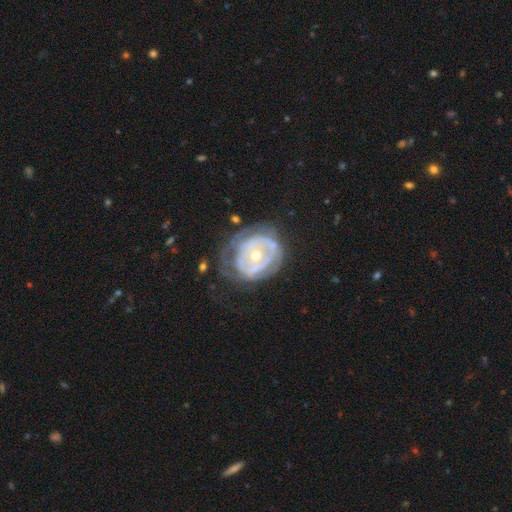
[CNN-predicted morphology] Smooth or featured? featured or disk (77%)
Edge-on disk? no (97%)
Bar? no (70%)
Spiral arms? yes (62%)
Bulge size? moderate (49%)
Merging? none (49%)